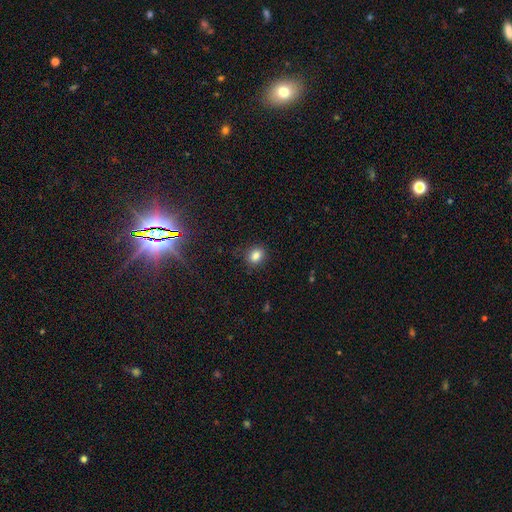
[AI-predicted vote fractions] This is clearly a smooth galaxy (83%). How rounded: possibly in between (51%). Merging: clearly none (82%).